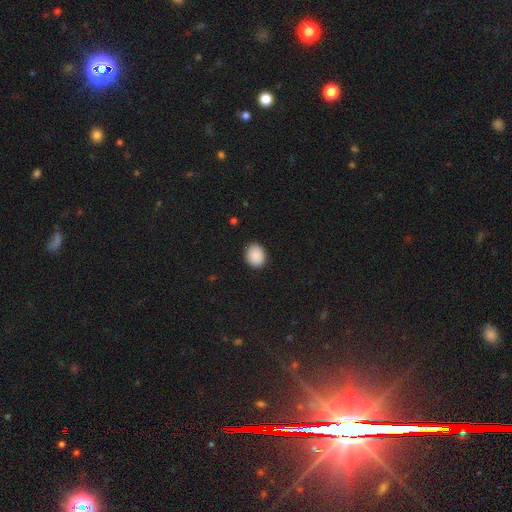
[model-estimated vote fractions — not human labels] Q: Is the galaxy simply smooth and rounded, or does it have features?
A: smooth — 90%.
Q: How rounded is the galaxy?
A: in between — 51%.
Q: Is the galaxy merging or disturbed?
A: none — 88%.